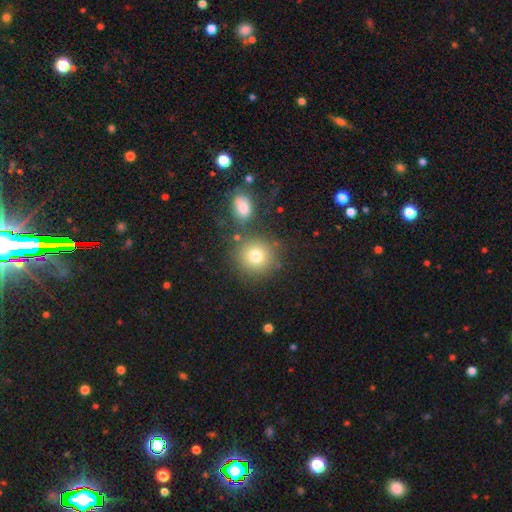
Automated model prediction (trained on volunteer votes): Smooth or featured? smooth (77%)
How rounded? round (90%)
Merging? none (75%)